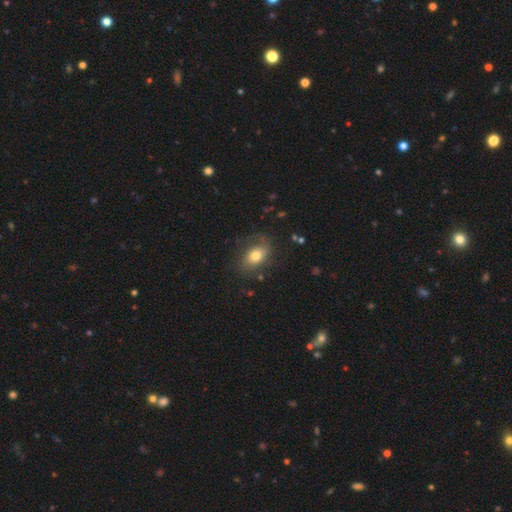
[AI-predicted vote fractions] Overall: smooth (65%; featured or disk 26%). How rounded: in between (79%). Merging: none (66%).